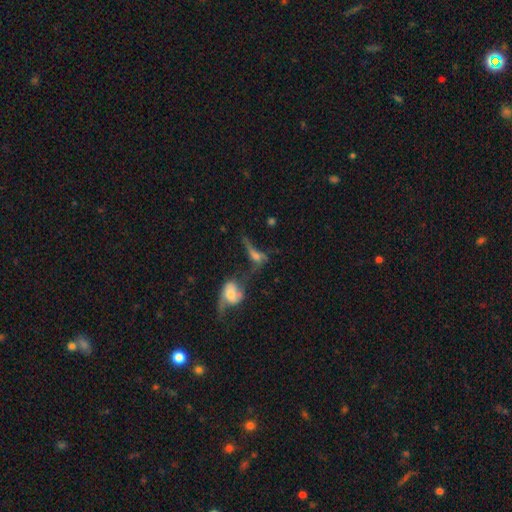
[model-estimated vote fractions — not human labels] smooth-or-featured: featured or disk: 53% | smooth: 32% | star or artifact: 15%
  disk-edge-on: no: 73% | yes: 27%
  merging: merger: 44% | major disturbance: 24% | none: 20% | minor disturbance: 12%